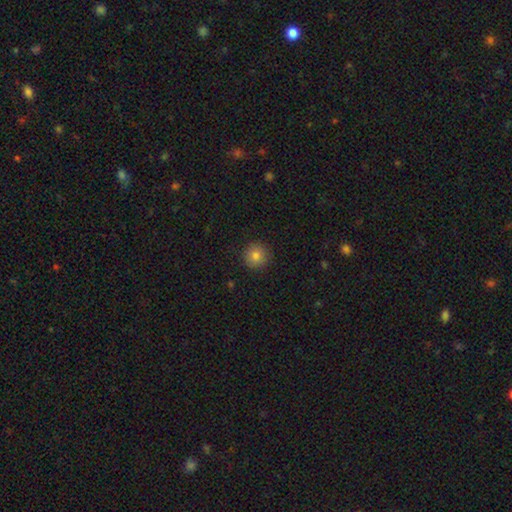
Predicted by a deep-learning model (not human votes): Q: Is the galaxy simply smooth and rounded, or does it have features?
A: smooth — 82%.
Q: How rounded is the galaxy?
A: round — 95%.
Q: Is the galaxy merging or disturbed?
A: none — 91%.